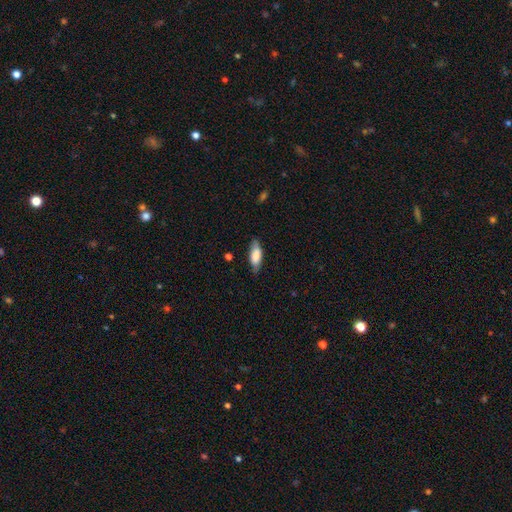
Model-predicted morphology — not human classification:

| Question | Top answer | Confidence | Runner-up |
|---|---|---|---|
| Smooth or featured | smooth | 79% | featured or disk (15%) |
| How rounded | in between | 74% | cigar-shaped (24%) |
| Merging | none | 75% | minor disturbance (20%) |